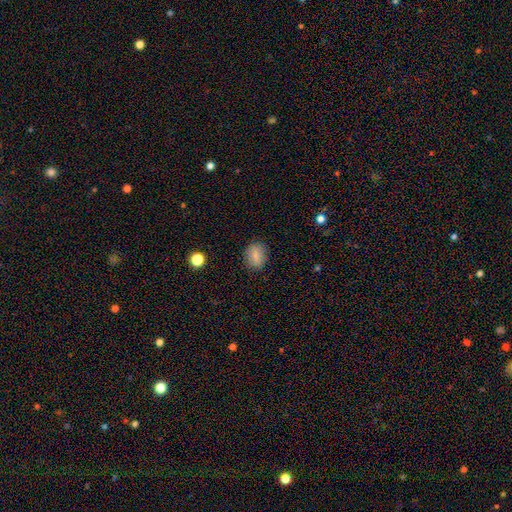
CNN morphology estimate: This is clearly a smooth galaxy (82%). How rounded: possibly in between (56%). Merging: clearly none (85%).